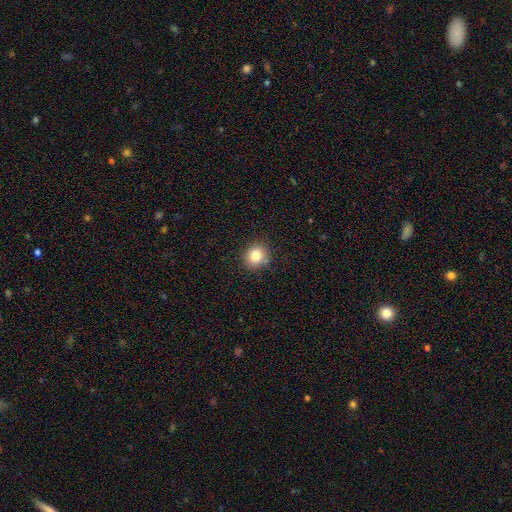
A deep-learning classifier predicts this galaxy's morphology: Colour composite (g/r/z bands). It shows a smooth galaxy with no disk features (81%) that is round (83%). Merging: none (86%).